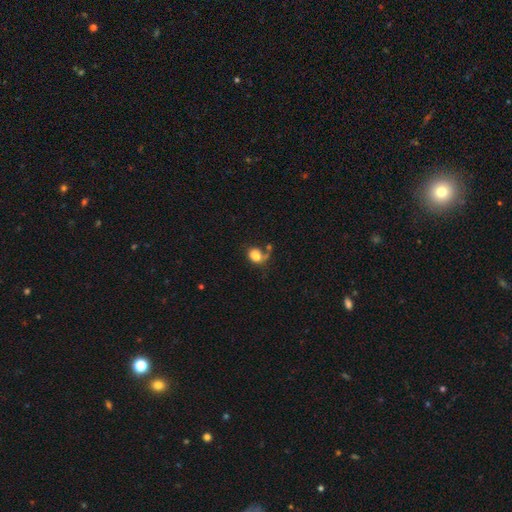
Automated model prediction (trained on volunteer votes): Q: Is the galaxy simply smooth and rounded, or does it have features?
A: smooth — 78%.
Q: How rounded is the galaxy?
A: round — 53%.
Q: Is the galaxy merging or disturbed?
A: none — 40%.